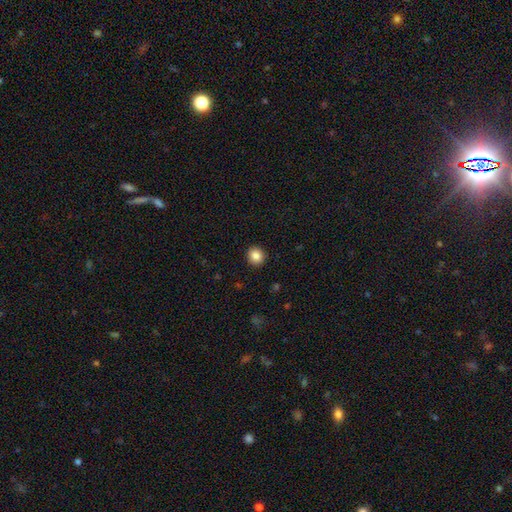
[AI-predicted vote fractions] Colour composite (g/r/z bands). It shows a smooth galaxy with no disk features (85%) that is round (84%). Merging: none (92%).